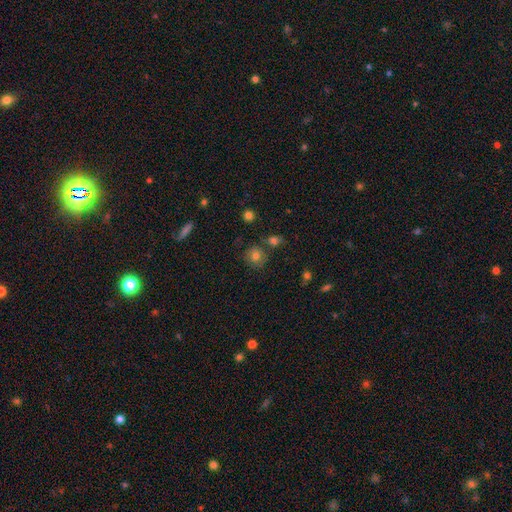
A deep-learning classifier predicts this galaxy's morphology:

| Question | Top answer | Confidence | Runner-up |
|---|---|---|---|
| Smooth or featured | smooth | 76% | star or artifact (12%) |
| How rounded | round | 85% | in between (14%) |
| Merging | none | 75% | minor disturbance (13%) |